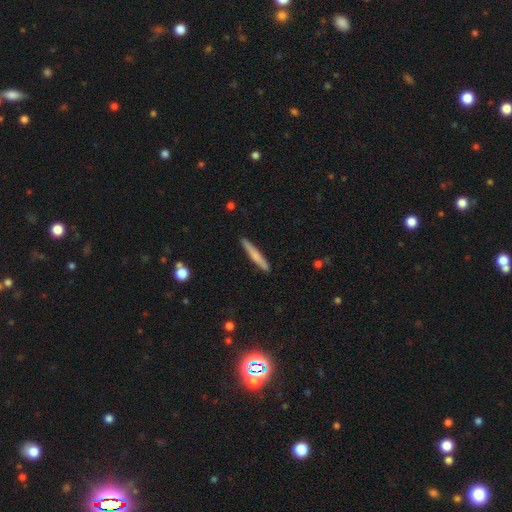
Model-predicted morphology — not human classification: Smooth or featured? smooth (61%)
How rounded? cigar-shaped (95%)
Merging? none (90%)